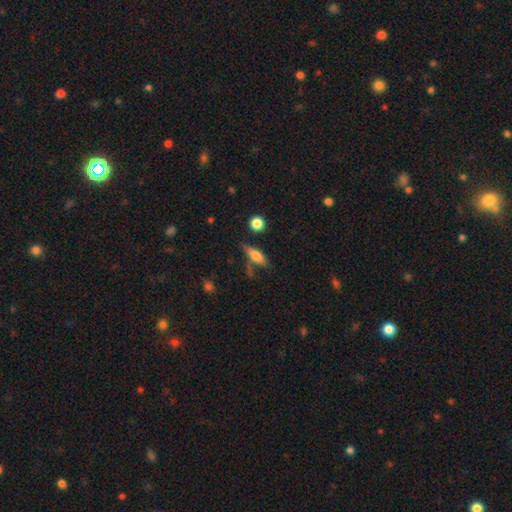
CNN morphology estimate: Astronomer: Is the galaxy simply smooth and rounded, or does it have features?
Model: smooth — 58%.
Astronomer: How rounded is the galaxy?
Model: in between — 52% (runner-up: cigar-shaped, 42%).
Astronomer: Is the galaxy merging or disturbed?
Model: none — 63%.